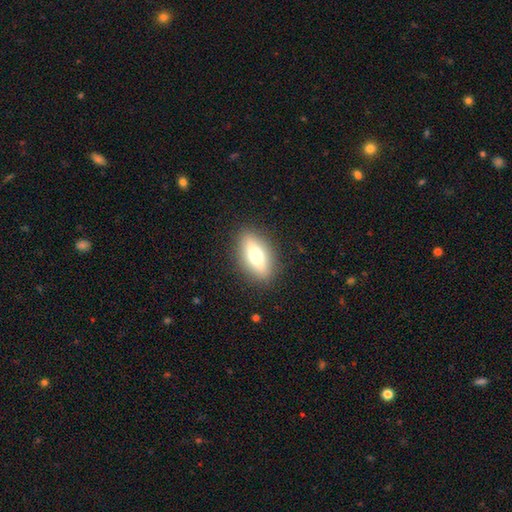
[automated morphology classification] Smooth or featured: smooth — 57% (featured or disk — 35%)
How rounded: in between — 72% (cigar-shaped — 22%)
Merging: none — 87% (minor disturbance — 9%)